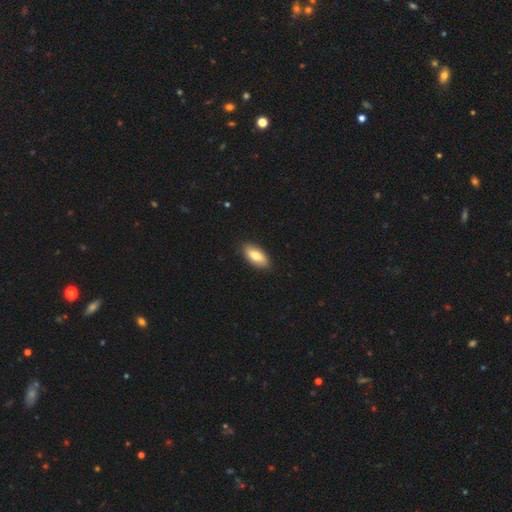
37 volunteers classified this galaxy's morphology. Smooth or featured?
  - smooth: 81% *
  - featured or disk: 16%
  - star or artifact: 3%
How rounded?
  - in between: 93% *
  - cigar-shaped: 7%
  - round: 0%
Merging?
  - none: 92% *
  - minor disturbance: 8%
  - major disturbance: 0%
  - merger: 0%